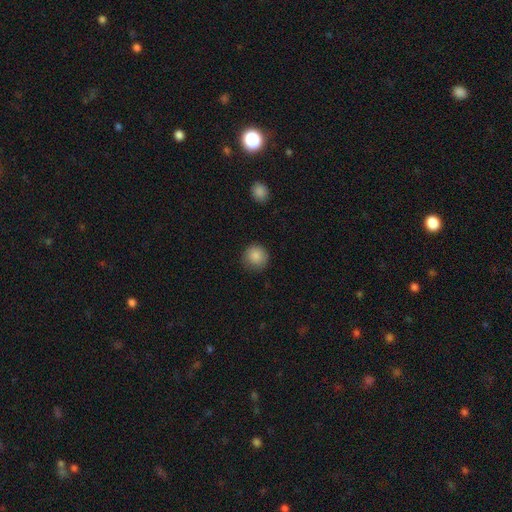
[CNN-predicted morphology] The model was most divided on "merging": none: 86%, minor disturbance: 10%, major disturbance: 3%, merger: 1%. More confident: how rounded — round (93%); smooth or featured — smooth (87%).